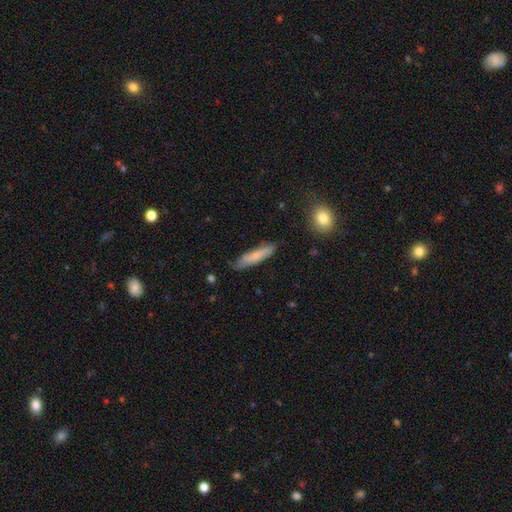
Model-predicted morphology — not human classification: Smooth or featured?
  - smooth: 70% *
  - featured or disk: 24%
  - star or artifact: 6%
How rounded?
  - cigar-shaped: 81% *
  - in between: 17%
  - round: 2%
Merging?
  - none: 79% *
  - minor disturbance: 17%
  - major disturbance: 3%
  - merger: 2%